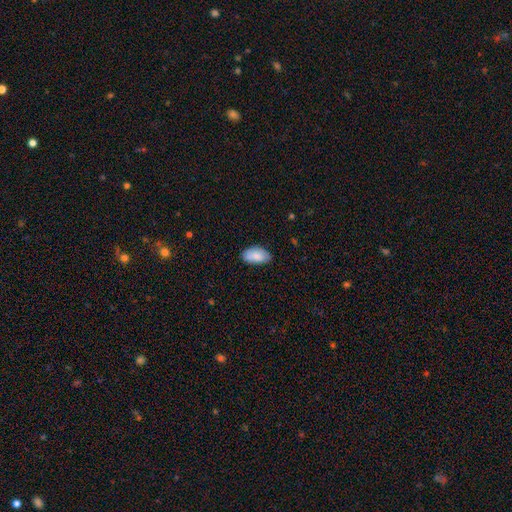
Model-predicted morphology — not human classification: smooth-or-featured: smooth: 85% | featured or disk: 9% | star or artifact: 6%
  how-rounded: in between: 94% | round: 3% | cigar-shaped: 2%
  merging: none: 76% | minor disturbance: 20% | major disturbance: 3% | merger: 1%